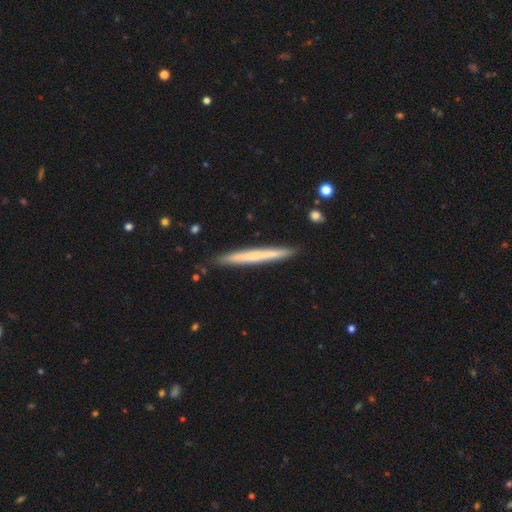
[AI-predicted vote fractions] Morphology: type=smooth (55%); roundness=cigar-shaped (97%); merging=none (90%).